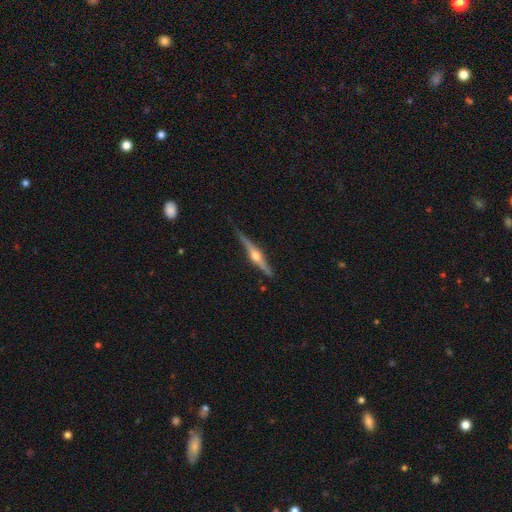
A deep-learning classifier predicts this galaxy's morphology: Smooth or featured?
  - featured or disk: 81% *
  - smooth: 14%
  - star or artifact: 5%
Edge-on disk?
  - yes: 98% *
  - no: 2%
Edge-on bulge?
  - rounded: 95% *
  - boxy: 3%
  - none: 2%
Merging?
  - none: 80% *
  - minor disturbance: 16%
  - major disturbance: 3%
  - merger: 1%